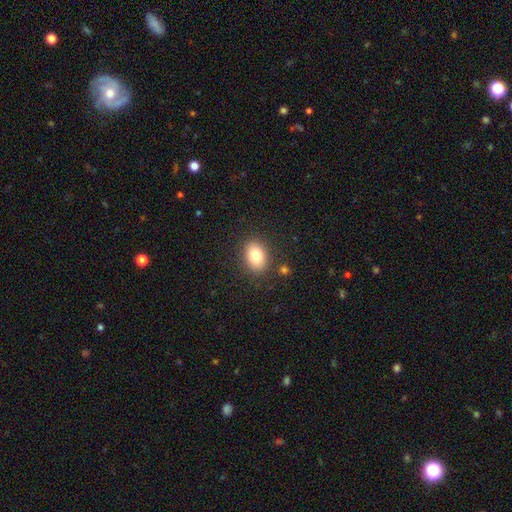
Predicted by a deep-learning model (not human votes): Smooth or featured: smooth — 81% (featured or disk — 10%)
How rounded: in between — 71% (round — 28%)
Merging: none — 86% (minor disturbance — 9%)